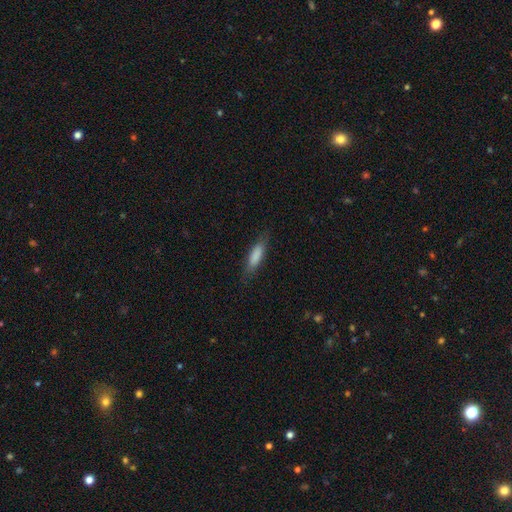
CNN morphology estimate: Q: Smooth or featured?
A: smooth (83%); runner-up: featured or disk (11%)
Q: How rounded?
A: cigar-shaped (57%); runner-up: in between (41%)
Q: Merging?
A: none (80%); runner-up: minor disturbance (15%)